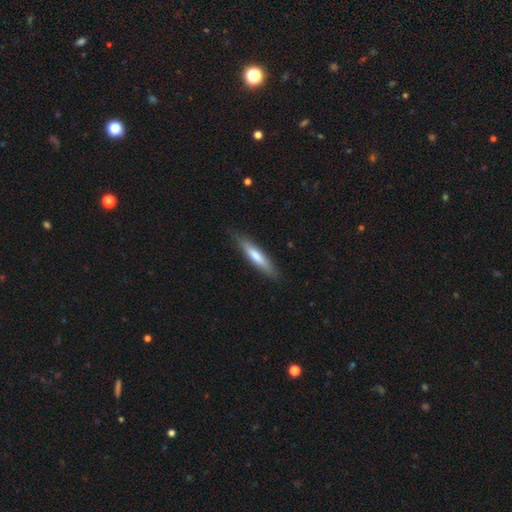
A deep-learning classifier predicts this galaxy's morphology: Smooth or featured: smooth — 64% (featured or disk — 31%)
How rounded: cigar-shaped — 88% (in between — 11%)
Merging: none — 86% (minor disturbance — 11%)